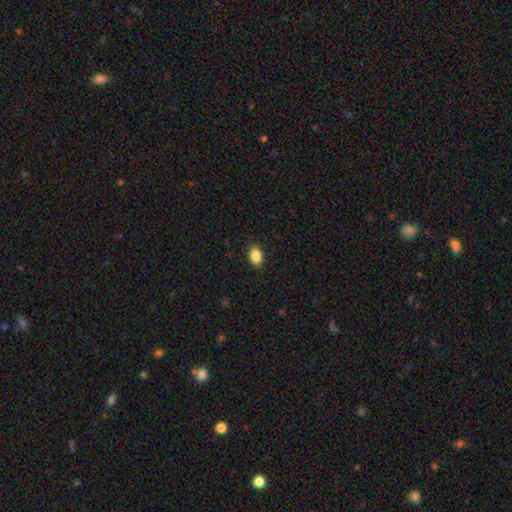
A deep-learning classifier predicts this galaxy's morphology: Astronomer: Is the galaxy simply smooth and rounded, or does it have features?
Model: smooth — 87%.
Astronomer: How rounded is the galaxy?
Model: in between — 82%.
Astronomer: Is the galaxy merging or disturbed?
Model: none — 89%.